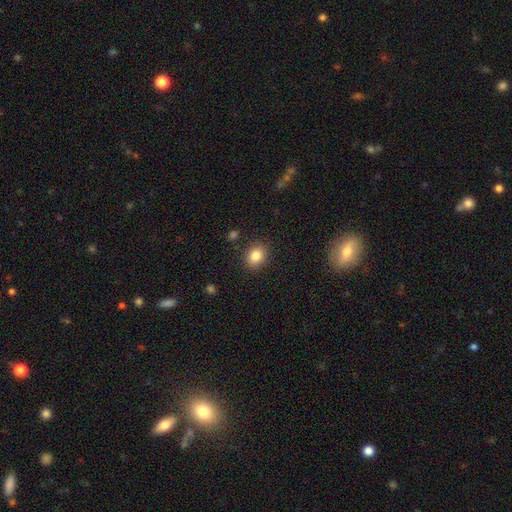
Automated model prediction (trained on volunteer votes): Q: Smooth or featured?
A: smooth (85%); runner-up: star or artifact (9%)
Q: How rounded?
A: round (54%); runner-up: in between (45%)
Q: Merging?
A: none (87%); runner-up: minor disturbance (9%)